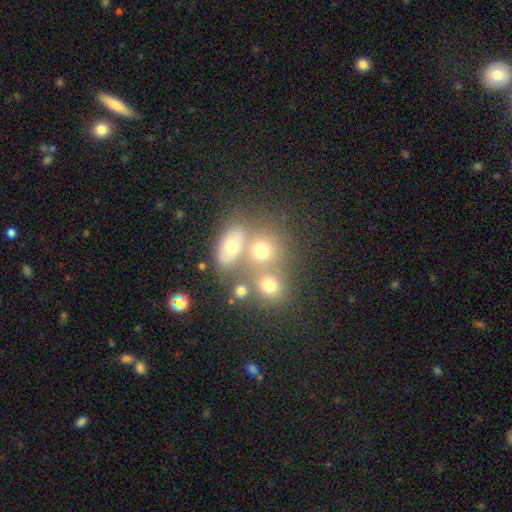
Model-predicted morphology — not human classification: A smooth galaxy with no disk features (50%) that is round (61%). Merging: merger (59%).